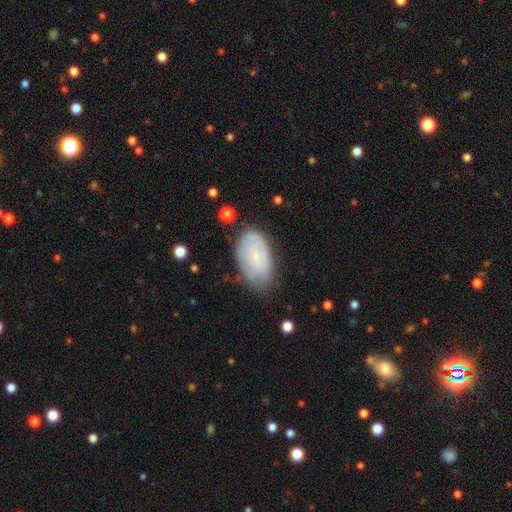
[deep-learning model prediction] Overall: smooth (56%; featured or disk 36%). How rounded: in between (93%). Merging: none (67%).